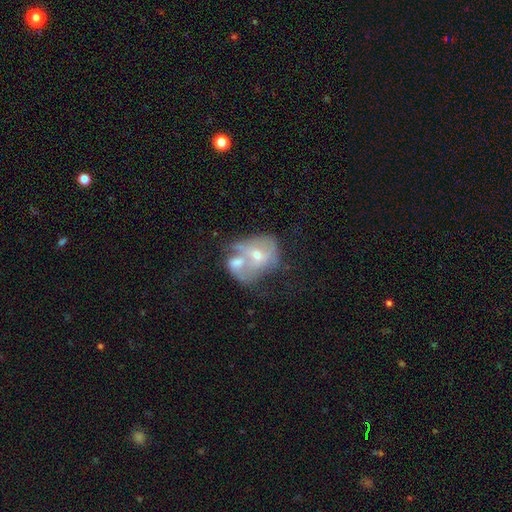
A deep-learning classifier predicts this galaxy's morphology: smooth_or_featured: featured or disk (p=0.58) [alt: smooth p=0.33]
disk_edge_on: no (p=0.96) [alt: yes p=0.04]
bar: no (p=0.73) [alt: weak p=0.21]
has_spiral_arms: no (p=0.55) [alt: yes p=0.45]
bulge_size: moderate (p=0.55) [alt: small p=0.38]
merging: merger (p=0.68) [alt: none p=0.14]